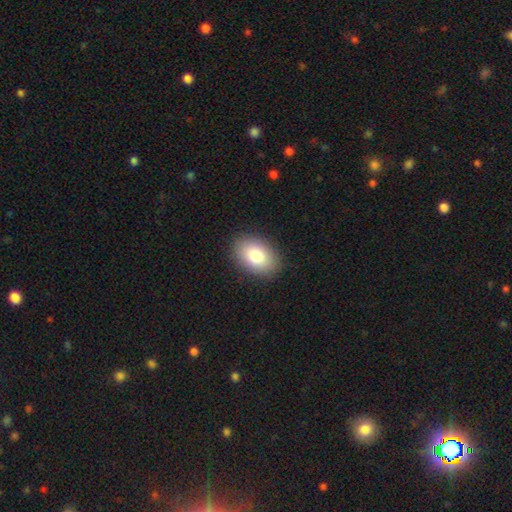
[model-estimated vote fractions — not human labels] Smooth or featured: smooth — 82% (featured or disk — 10%)
How rounded: in between — 85% (round — 14%)
Merging: none — 89% (minor disturbance — 8%)